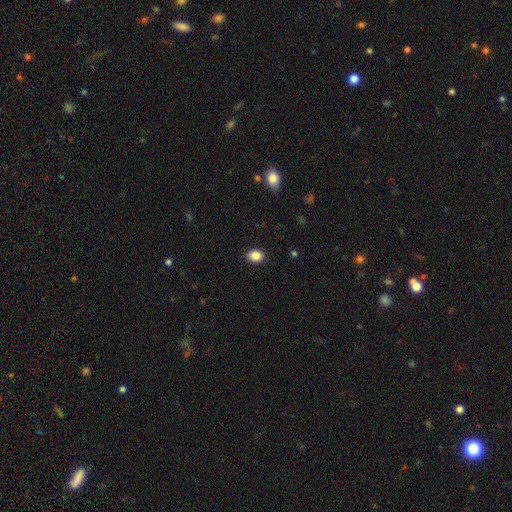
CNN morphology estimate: smooth 87%, star or artifact 9%, featured or disk 4%. Down the decision tree: how rounded — in between (66%); merging — none (90%).